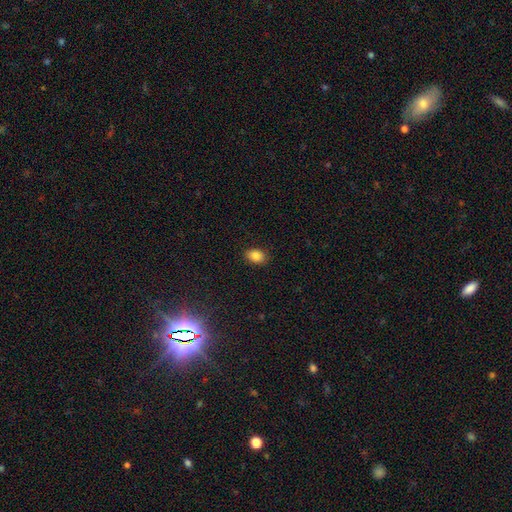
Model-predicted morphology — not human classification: Smooth or featured? Predicted: smooth (p=0.85). How rounded? Predicted: in between (p=0.79). Merging? Predicted: none (p=0.87).